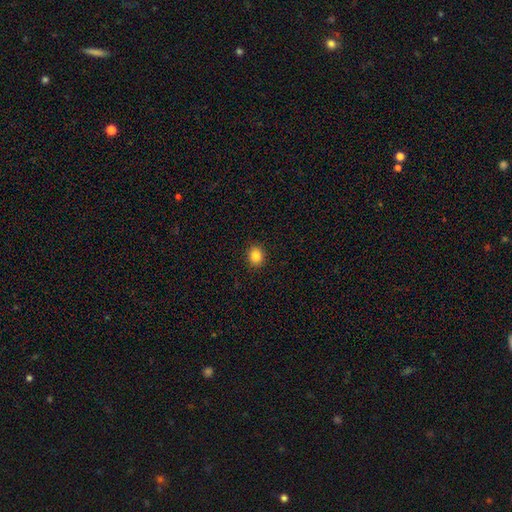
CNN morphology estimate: smooth_or_featured: smooth (p=0.86) [alt: star or artifact p=0.10]
how_rounded: round (p=0.68) [alt: in between p=0.31]
merging: none (p=0.91) [alt: minor disturbance p=0.06]